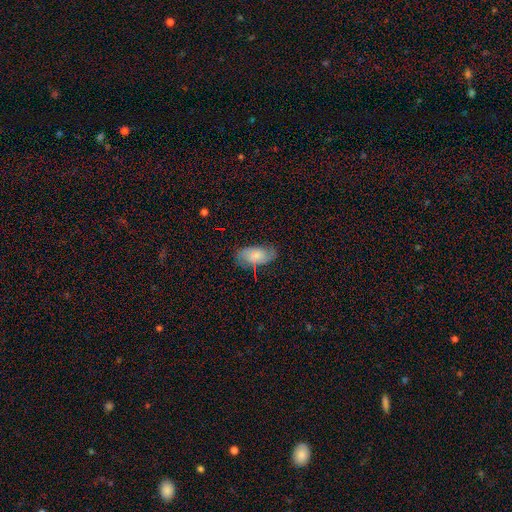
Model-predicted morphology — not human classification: A smooth galaxy with no disk features (63%) that is in between round and cigar-shaped (93%). Merging: none (63%).